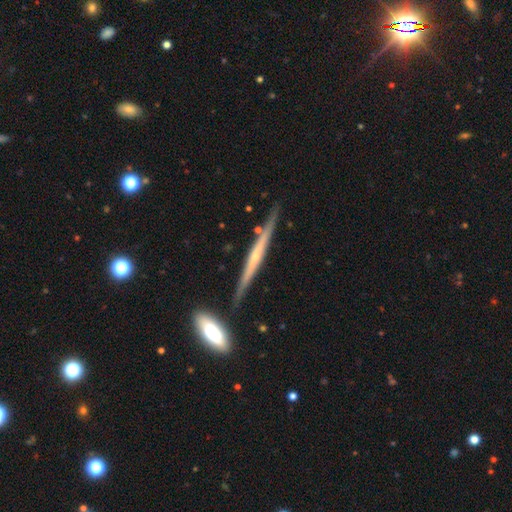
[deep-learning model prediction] This appears to be a featured or disk galaxy (72%) viewed edge-on (96%) with a rounded central bulge (54%). Merging: none (79%).